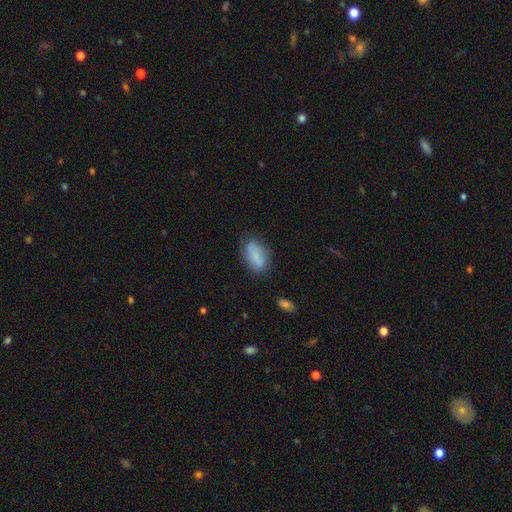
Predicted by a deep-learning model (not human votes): smooth-or-featured: smooth: 80% | featured or disk: 13% | star or artifact: 8%
  how-rounded: in between: 88% | cigar-shaped: 8% | round: 5%
  merging: none: 70% | minor disturbance: 21% | major disturbance: 6% | merger: 3%